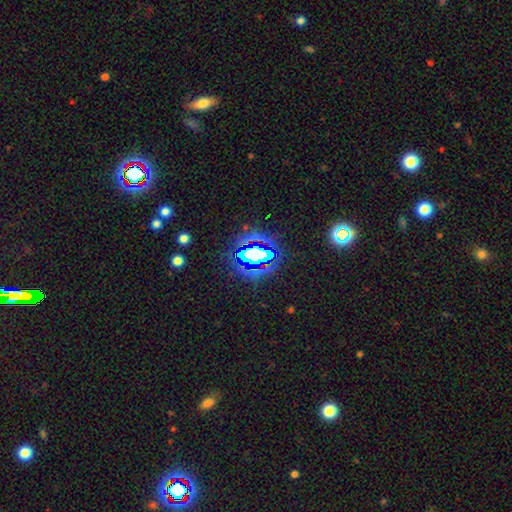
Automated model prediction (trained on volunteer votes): Smooth or featured? star or artifact (70%)